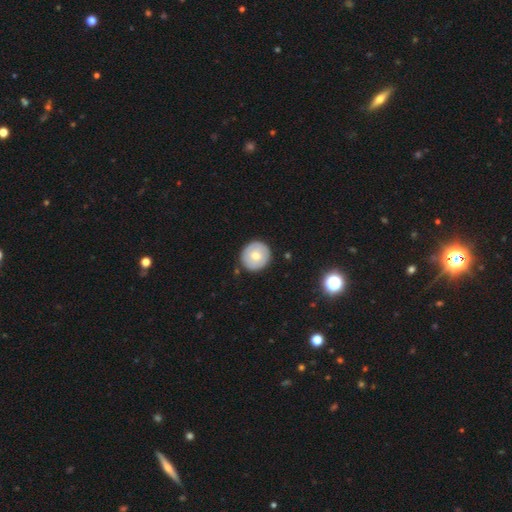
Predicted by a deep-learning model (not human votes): Smooth or featured?
  - smooth: 62% *
  - featured or disk: 31%
  - star or artifact: 7%
How rounded?
  - round: 93% *
  - in between: 6%
  - cigar-shaped: 1%
Merging?
  - none: 88% *
  - minor disturbance: 8%
  - major disturbance: 2%
  - merger: 2%